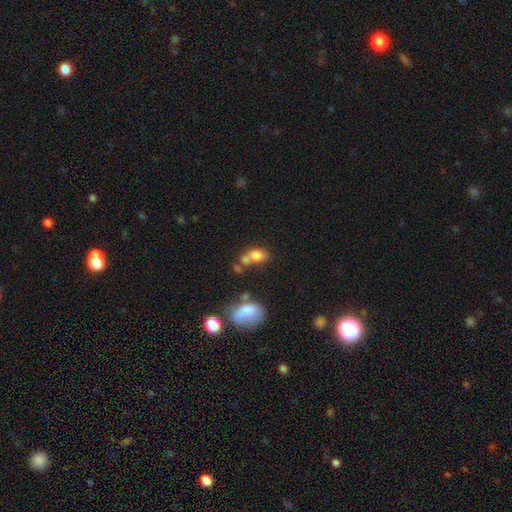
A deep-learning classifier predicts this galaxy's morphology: This appears to be a smooth galaxy with no disk features (76%) that is in between round and cigar-shaped (73%). Merging: merger (44%).